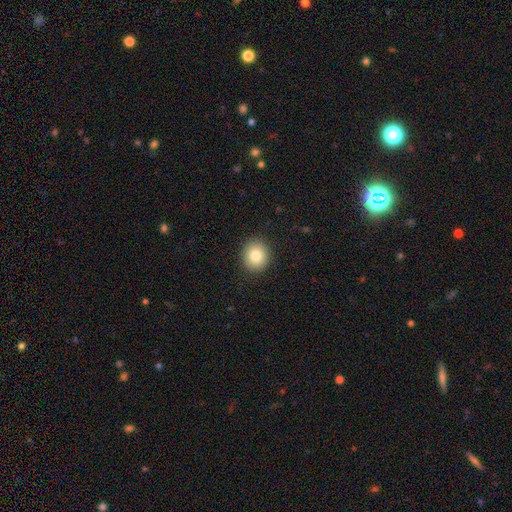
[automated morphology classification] The model was most divided on "how rounded": round: 83%, in between: 16%, cigar-shaped: 1%. More confident: merging — none (91%); smooth or featured — smooth (82%).